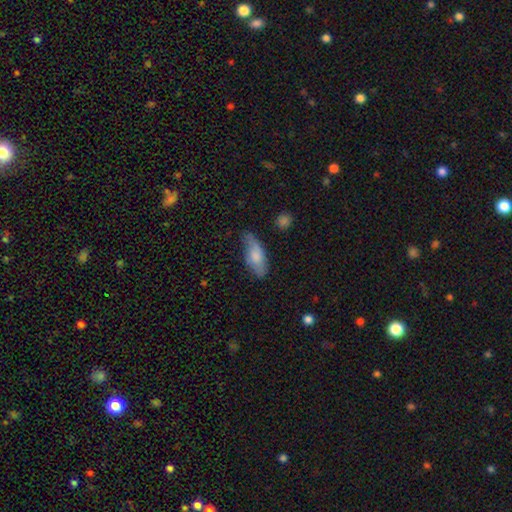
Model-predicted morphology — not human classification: Smooth or featured: smooth — 73% (featured or disk — 21%)
How rounded: in between — 75% (cigar-shaped — 22%)
Merging: none — 57% (minor disturbance — 32%)